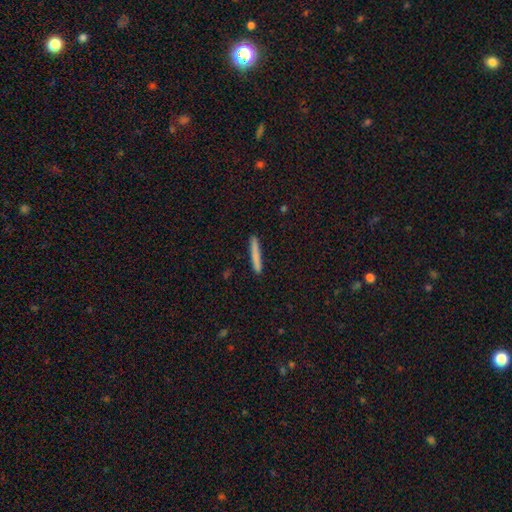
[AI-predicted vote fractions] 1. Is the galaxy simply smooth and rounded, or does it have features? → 78% smooth, 15% featured or disk, 7% star or artifact.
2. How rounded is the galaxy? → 96% cigar-shaped, 3% in between, 1% round.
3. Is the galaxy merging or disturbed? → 90% none, 7% minor disturbance, 1% major disturbance, 1% merger.